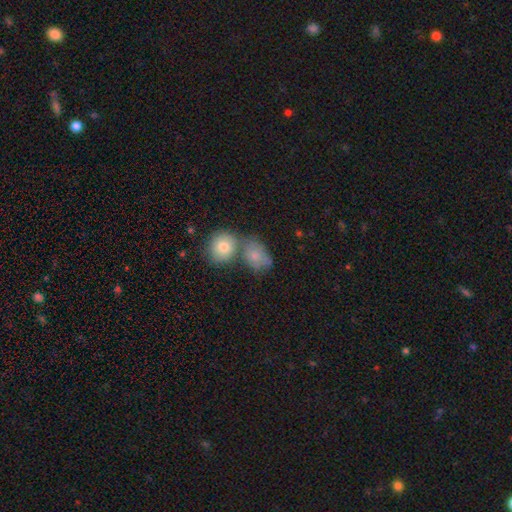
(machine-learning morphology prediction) The model was most divided on "merging": merger: 43%, none: 34%, minor disturbance: 15%, major disturbance: 7%. More confident: smooth or featured — smooth (76%); how rounded — in between (62%).